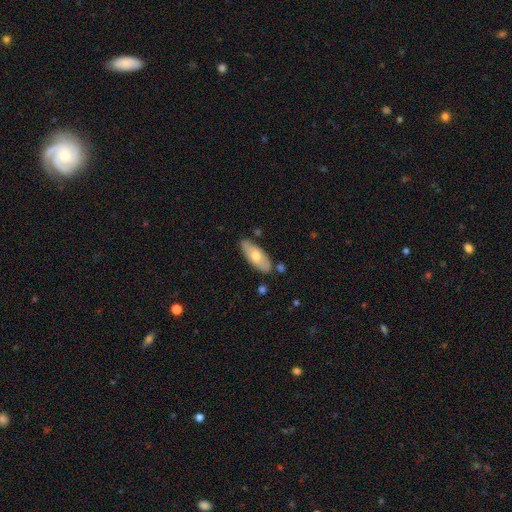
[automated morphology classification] The model was most divided on "smooth or featured": smooth: 61%, featured or disk: 33%, star or artifact: 6%. More confident: merging — none (79%); how rounded — in between (78%).